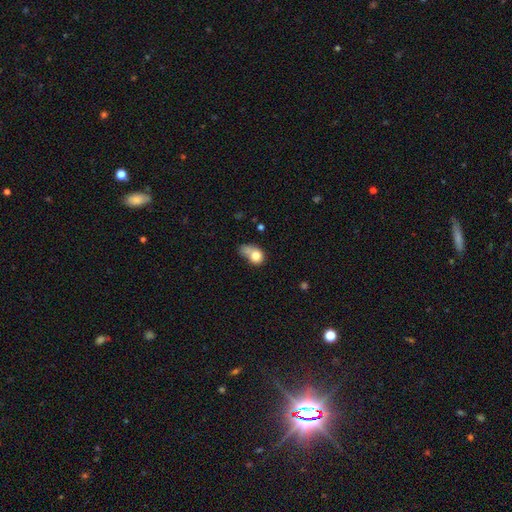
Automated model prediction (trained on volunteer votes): Q: Smooth or featured?
A: smooth (76%); runner-up: featured or disk (14%)
Q: How rounded?
A: round (50%); runner-up: in between (48%)
Q: Merging?
A: merger (30%); runner-up: none (25%)